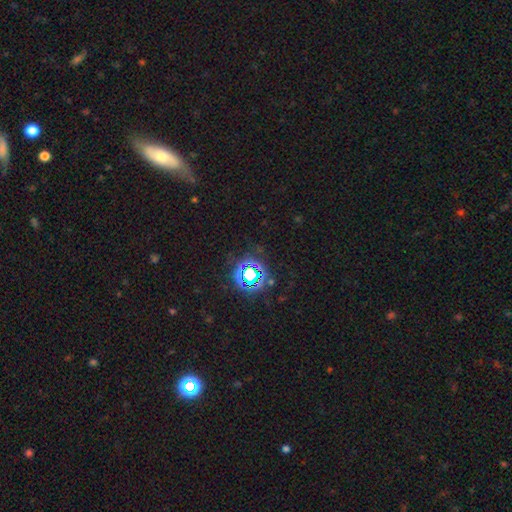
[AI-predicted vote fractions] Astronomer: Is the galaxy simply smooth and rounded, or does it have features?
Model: star or artifact — 61%.